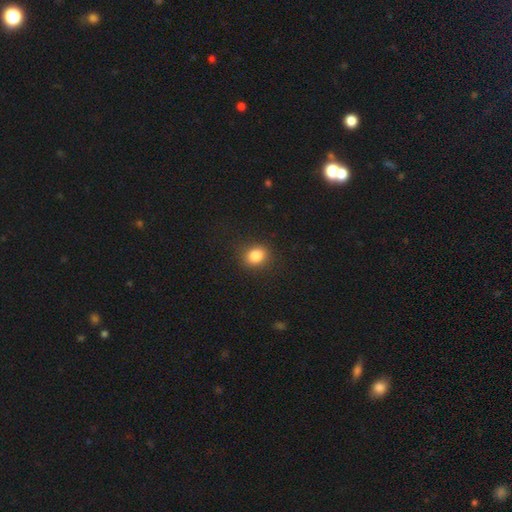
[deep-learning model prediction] smooth 85%, star or artifact 10%, featured or disk 5%. Down the decision tree: how rounded — round (65%); merging — none (88%).